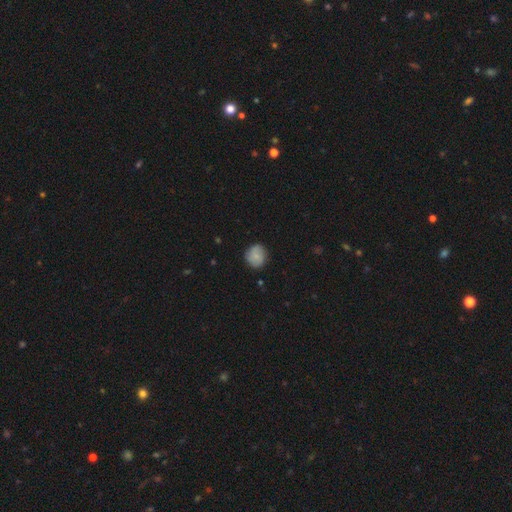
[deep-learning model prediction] smooth-or-featured: smooth: 74% | featured or disk: 18% | star or artifact: 8%
  how-rounded: round: 84% | in between: 15% | cigar-shaped: 1%
  merging: none: 82% | minor disturbance: 14% | major disturbance: 3% | merger: 1%